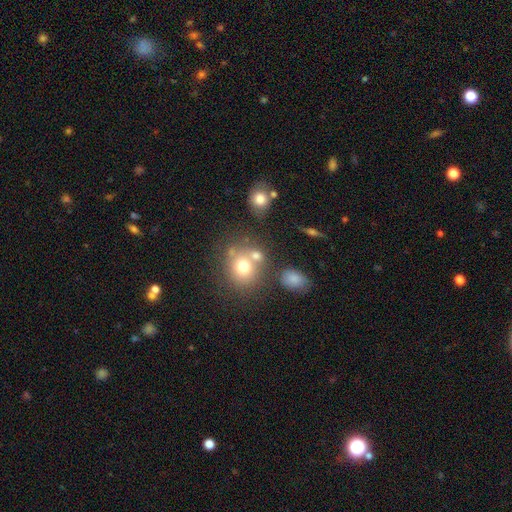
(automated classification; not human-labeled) Q: Smooth or featured?
A: smooth (71%); runner-up: featured or disk (15%)
Q: How rounded?
A: round (75%); runner-up: in between (24%)
Q: Merging?
A: none (51%); runner-up: merger (32%)